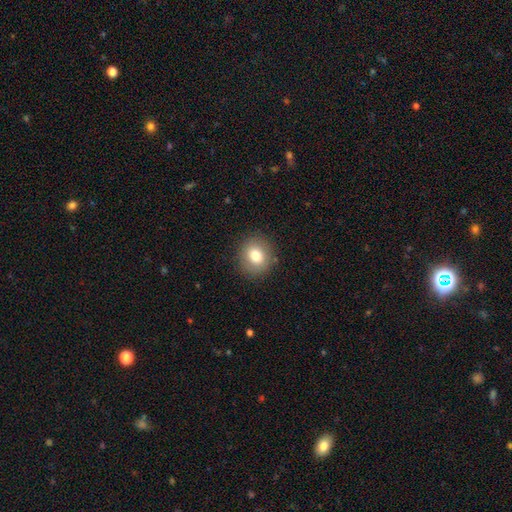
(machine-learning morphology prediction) This appears to be a smooth galaxy with no disk features (79%) that is round (81%). Merging: none (87%).